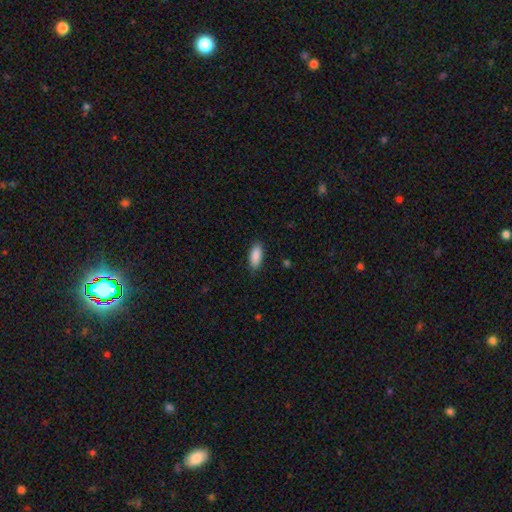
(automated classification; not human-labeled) Smooth or featured? Predicted: smooth (p=0.90). How rounded? Predicted: in between (p=0.85). Merging? Predicted: none (p=0.86).